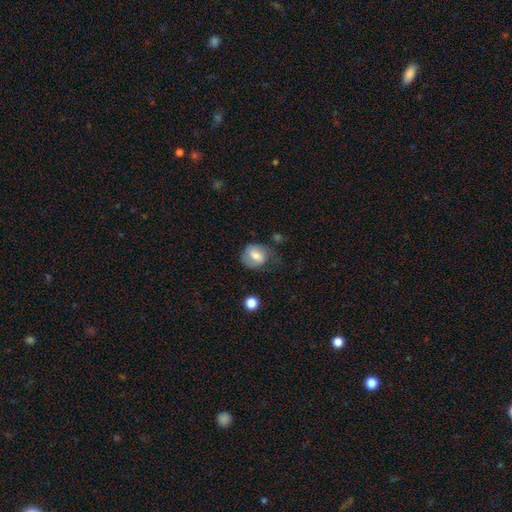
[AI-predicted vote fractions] Q: Smooth or featured?
A: smooth (61%); runner-up: featured or disk (31%)
Q: How rounded?
A: round (60%); runner-up: in between (39%)
Q: Merging?
A: none (56%); runner-up: minor disturbance (27%)